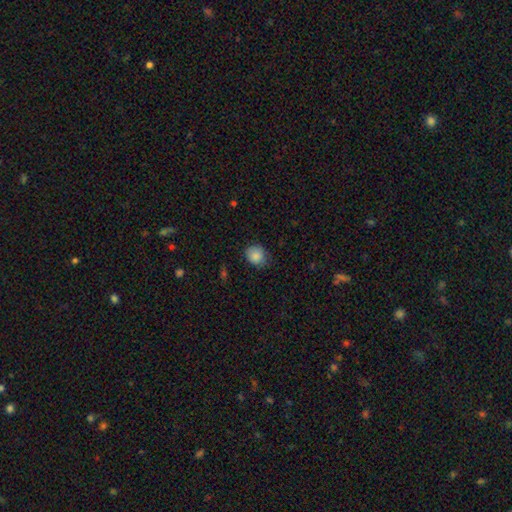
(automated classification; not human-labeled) Smooth or featured? Predicted: smooth (p=0.87). How rounded? Predicted: round (p=0.76). Merging? Predicted: none (p=0.72).